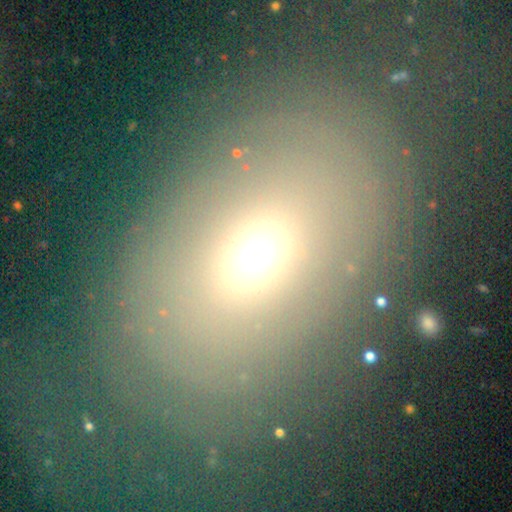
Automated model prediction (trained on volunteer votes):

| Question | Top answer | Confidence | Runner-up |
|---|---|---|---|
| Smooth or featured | smooth | 57% | featured or disk (22%) |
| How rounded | in between | 77% | round (19%) |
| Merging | none | 72% | minor disturbance (14%) |